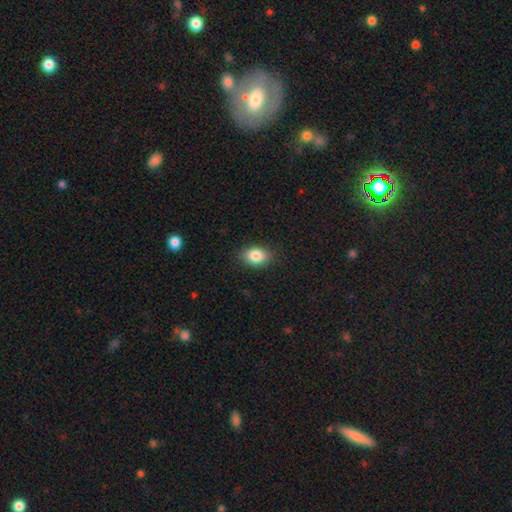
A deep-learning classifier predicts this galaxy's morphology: Overall: smooth (84%). How rounded: in between (79%). Merging: none (86%).